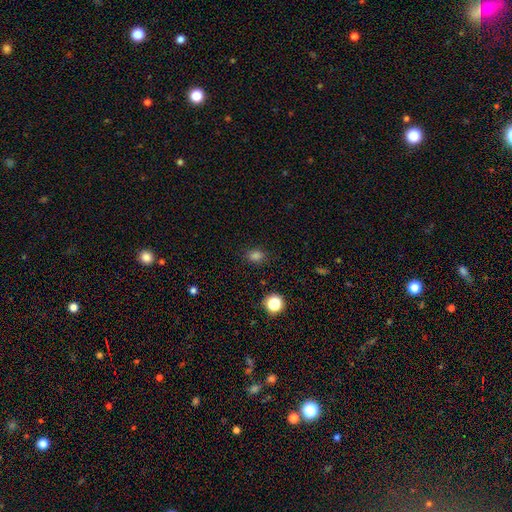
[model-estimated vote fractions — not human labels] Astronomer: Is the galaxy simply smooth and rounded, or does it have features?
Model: smooth — 79%.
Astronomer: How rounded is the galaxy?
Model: in between — 53% (runner-up: round, 46%).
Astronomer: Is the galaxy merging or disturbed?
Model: none — 84%.